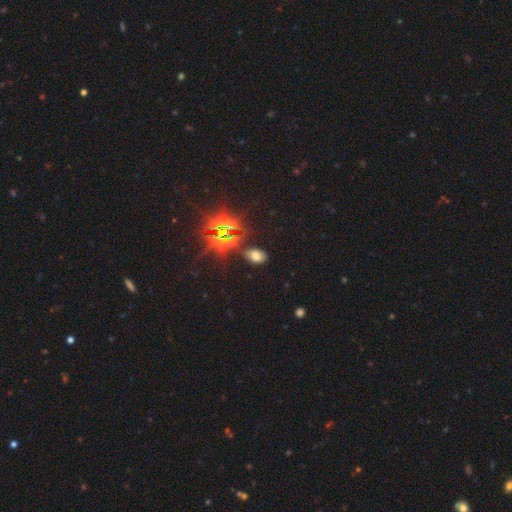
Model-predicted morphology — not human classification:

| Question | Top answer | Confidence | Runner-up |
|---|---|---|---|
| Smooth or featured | smooth | 55% | star or artifact (35%) |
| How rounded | in between | 86% | round (12%) |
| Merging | none | 82% | minor disturbance (11%) |